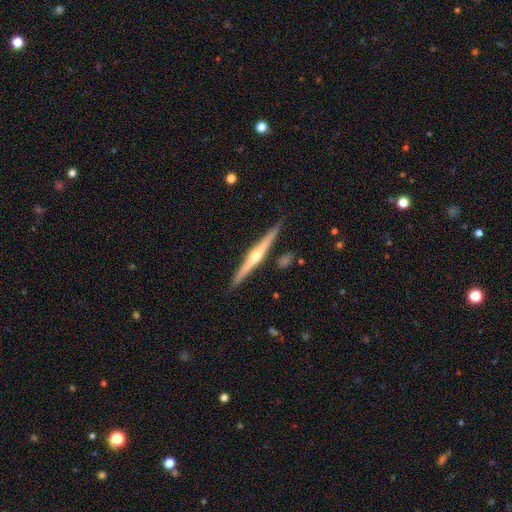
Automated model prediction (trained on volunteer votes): featured or disk 78%, smooth 17%, star or artifact 5%. Down the decision tree: edge-on disk — yes (98%); edge-on bulge — rounded (90%); merging — none (89%).